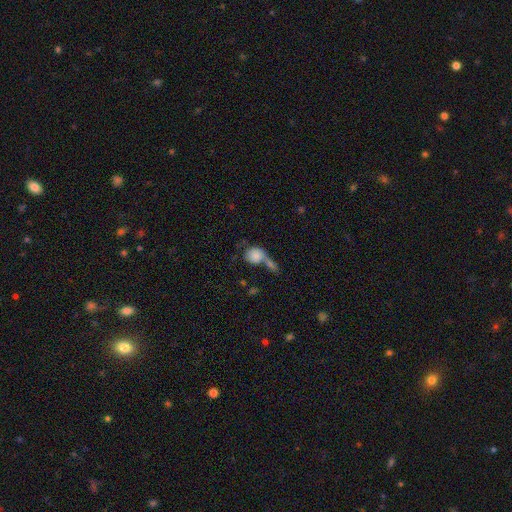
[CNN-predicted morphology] A smooth galaxy with no disk features (80%) that is round (65%).

Vote fractions:
- Smooth or featured? smooth: 80% / featured or disk: 13% / star or artifact: 7%
- How rounded? round: 65% / in between: 33% / cigar-shaped: 2%
- Merging? merger: 52% / none: 26% / minor disturbance: 12% / major disturbance: 10%